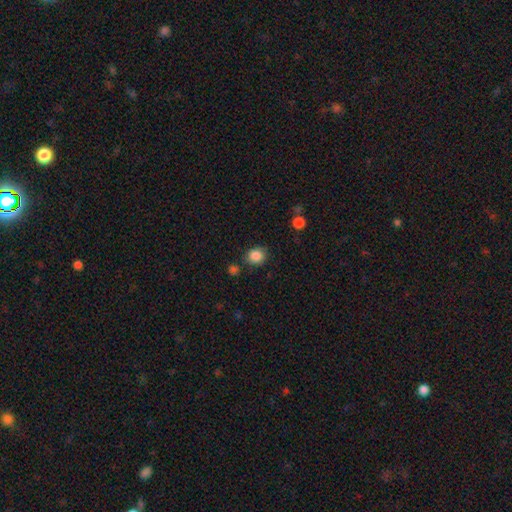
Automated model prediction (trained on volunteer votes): This appears to be a smooth galaxy with no disk features (86%) that is round (75%). Merging: none (77%).